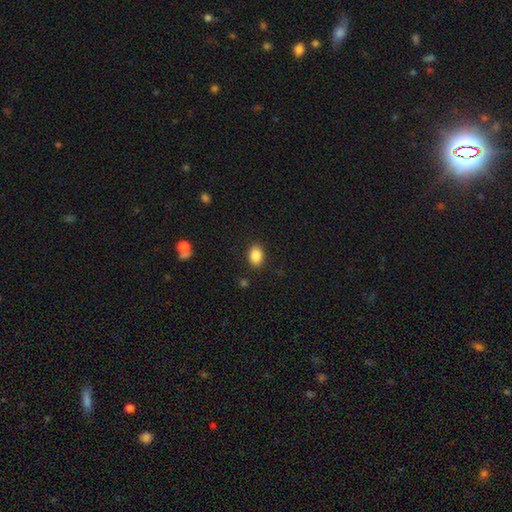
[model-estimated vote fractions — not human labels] A smooth galaxy with no disk features (87%) that is in between round and cigar-shaped (76%).

Vote fractions:
- Smooth or featured? smooth: 87% / star or artifact: 9% / featured or disk: 4%
- How rounded? in between: 76% / round: 23% / cigar-shaped: 1%
- Merging? none: 88% / minor disturbance: 8% / major disturbance: 2% / merger: 1%